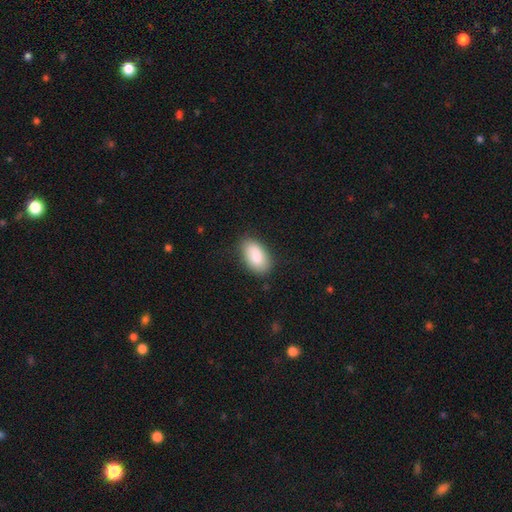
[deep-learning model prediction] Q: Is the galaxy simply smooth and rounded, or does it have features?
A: smooth — 87%.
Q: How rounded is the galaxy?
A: in between — 94%.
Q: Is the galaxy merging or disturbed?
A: none — 80%.